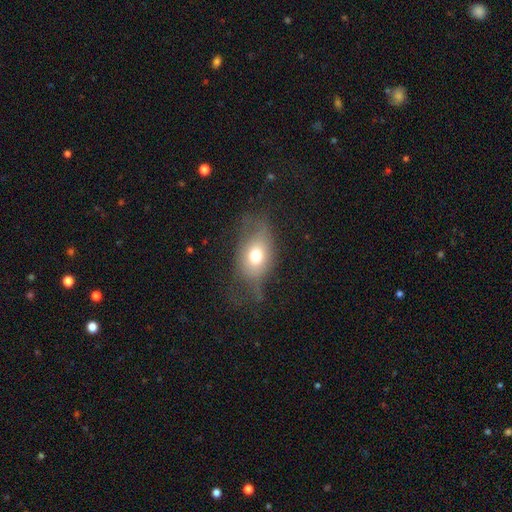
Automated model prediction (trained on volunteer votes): The model was most divided on "merging": none: 42%, minor disturbance: 28%, major disturbance: 28%, merger: 2%. More confident: how rounded — in between (71%); smooth or featured — smooth (63%).